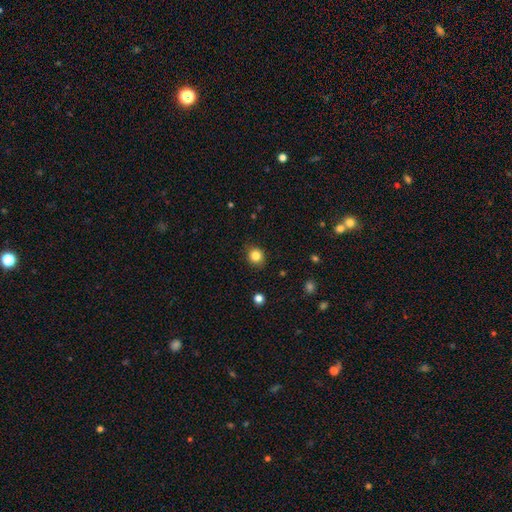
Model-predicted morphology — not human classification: Overall: smooth (83%). How rounded: round (84%). Merging: none (88%).